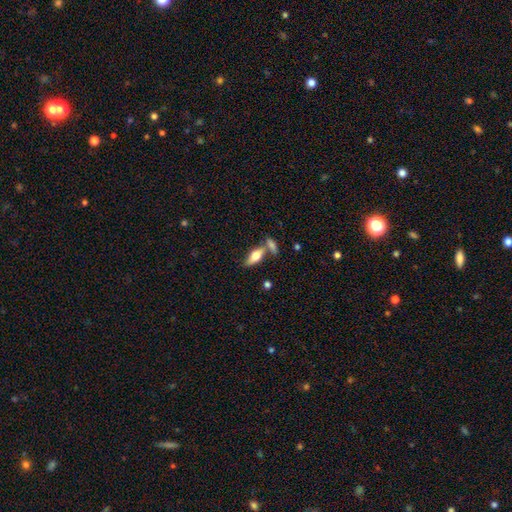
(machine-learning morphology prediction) The model was most divided on "smooth or featured": smooth: 57%, featured or disk: 37%, star or artifact: 7%. More confident: how rounded — in between (67%); merging — none (58%).